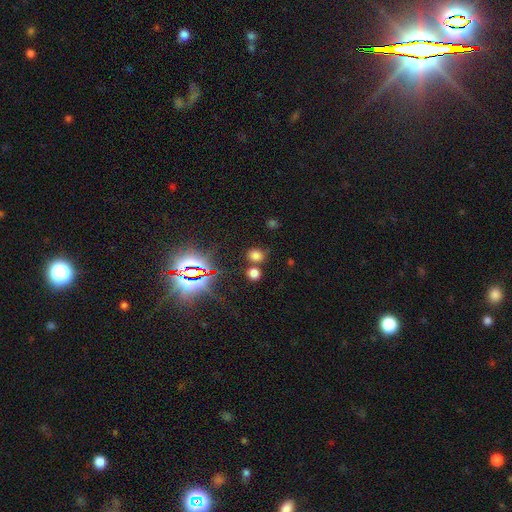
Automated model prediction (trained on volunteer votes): smooth 64%, star or artifact 30%, featured or disk 6%. Down the decision tree: how rounded — round (65%); merging — none (71%).